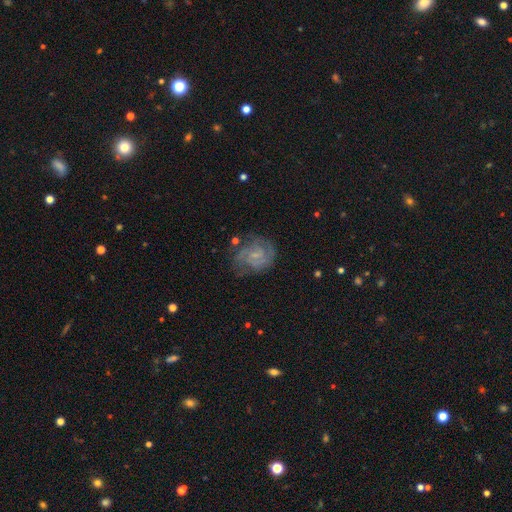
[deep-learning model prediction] A featured or disk galaxy (78%) with no bar (48%), 2 (55%) tight (48%) spiral arms (94%) and a small central bulge (64%).

Vote fractions:
- Smooth or featured? featured or disk: 78% / smooth: 14% / star or artifact: 8%
- Edge-on disk? no: 98% / yes: 2%
- Bar? no: 48% / weak: 45% / strong: 8%
- Spiral arms? yes: 94% / no: 6%
- Spiral winding? tight: 48% / medium: 42% / loose: 10%
- Spiral arm count? 2: 55% / can't tell: 19% / 3: 15% / 1: 4% / 4: 4% / more than 4: 3%
- Bulge size? small: 64% / none: 20% / moderate: 15% / large: 1% / dominant: 1%
- Merging? none: 69% / minor disturbance: 19% / major disturbance: 9% / merger: 2%